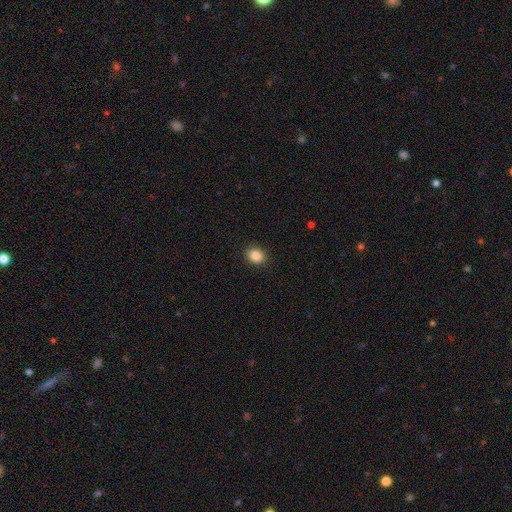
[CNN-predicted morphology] This is clearly a smooth galaxy (86%). How rounded: possibly round (56%). Merging: clearly none (90%).